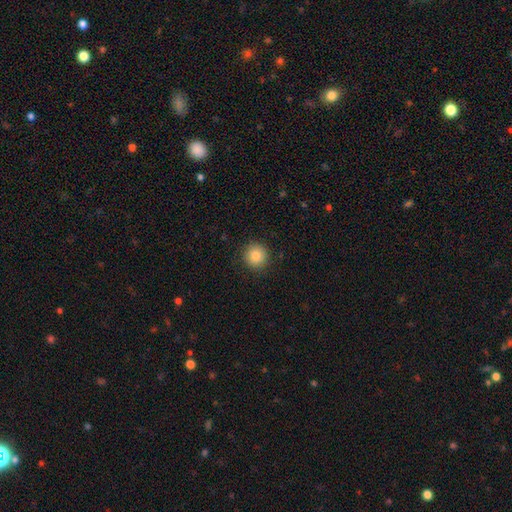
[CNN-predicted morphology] A smooth galaxy with no disk features (84%) that is round (95%).

Vote fractions:
- Smooth or featured? smooth: 84% / star or artifact: 10% / featured or disk: 6%
- How rounded? round: 95% / in between: 4% / cigar-shaped: 1%
- Merging? none: 91% / minor disturbance: 6% / major disturbance: 2% / merger: 1%